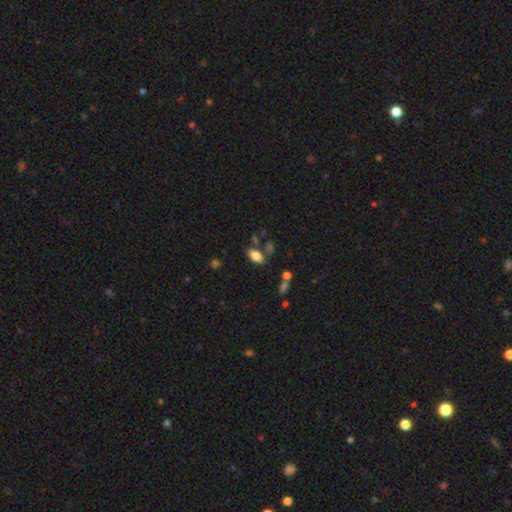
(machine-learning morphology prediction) smooth_or_featured: smooth (p=0.82) [alt: star or artifact p=0.10]
how_rounded: in between (p=0.90) [alt: round p=0.07]
merging: none (p=0.69) [alt: minor disturbance p=0.15]